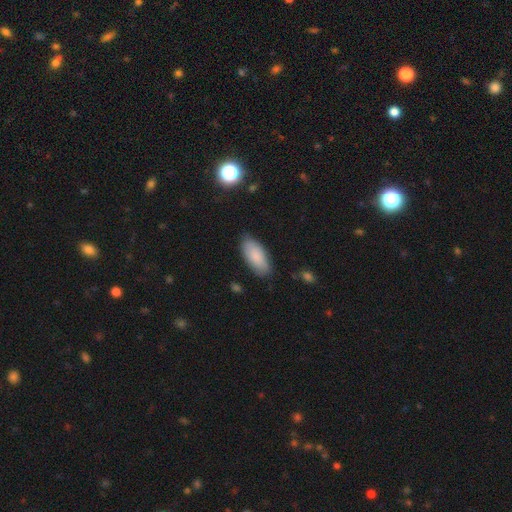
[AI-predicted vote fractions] This is clearly a smooth galaxy (85%). How rounded: clearly in between (89%). Merging: clearly none (81%).